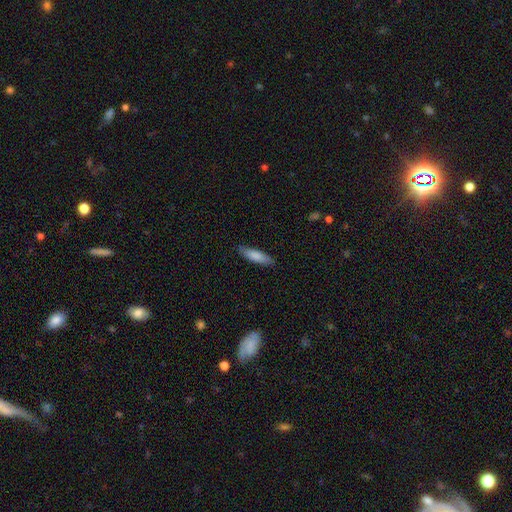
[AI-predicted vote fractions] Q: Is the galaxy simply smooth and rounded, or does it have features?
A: smooth — 81%.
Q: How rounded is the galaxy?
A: cigar-shaped — 67%.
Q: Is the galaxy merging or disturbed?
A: none — 87%.